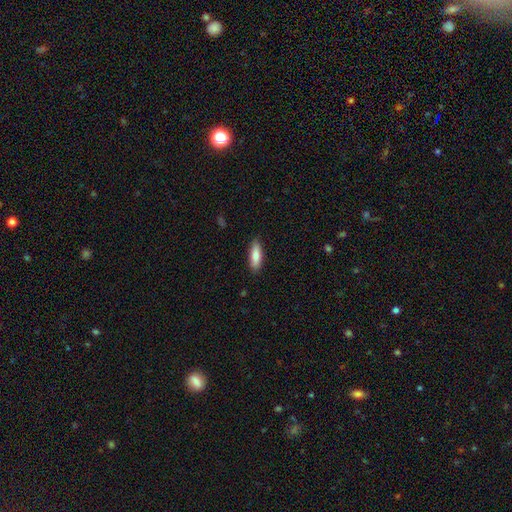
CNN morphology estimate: Overall: smooth (84%). How rounded: in between (59%; cigar-shaped 39%). Merging: none (87%).